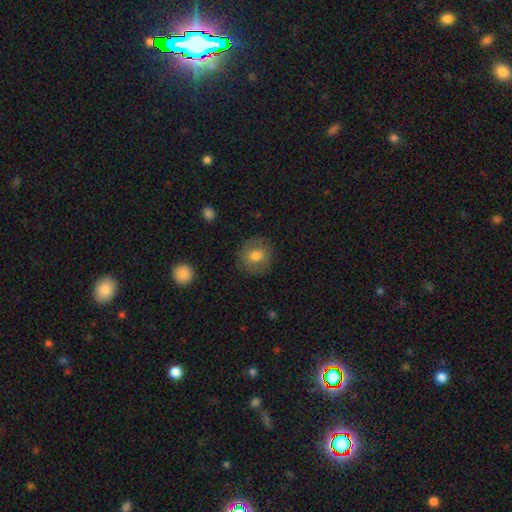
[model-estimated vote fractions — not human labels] Overall: smooth (71%). How rounded: round (82%). Merging: none (85%).